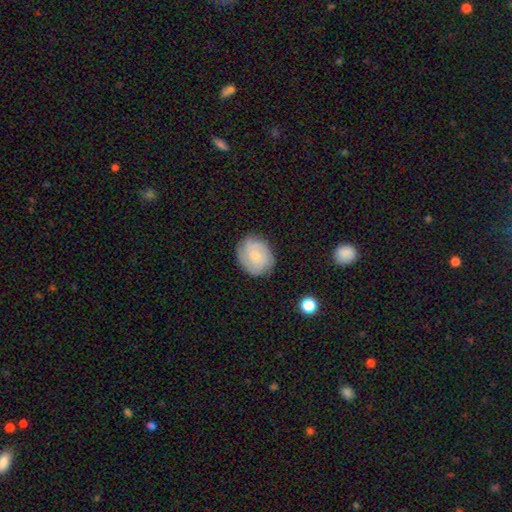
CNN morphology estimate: type=featured or disk (57%); edge-on=no (98%); bar=no (78%); spiral arms=yes (89%); bulge=small (74%); merging=none (81%).